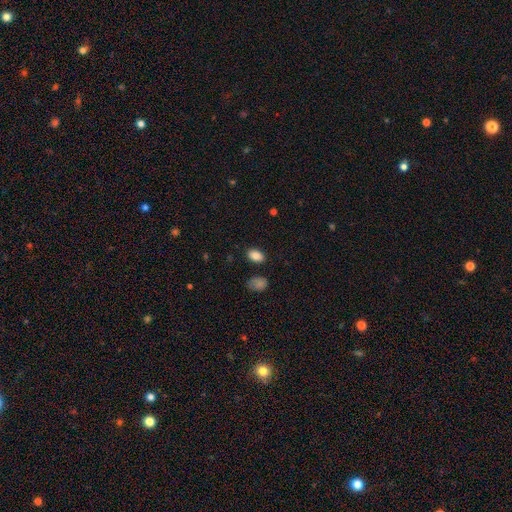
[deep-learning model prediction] This is clearly a smooth galaxy (85%). How rounded: clearly in between (88%). Merging: clearly none (84%).